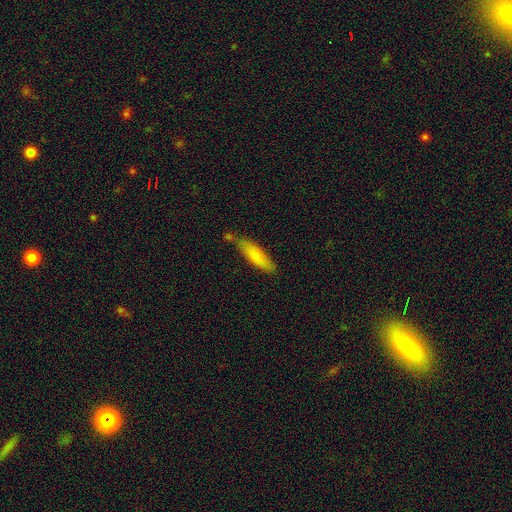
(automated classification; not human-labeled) Overall: smooth (78%). How rounded: cigar-shaped (62%; in between 37%). Merging: none (67%).